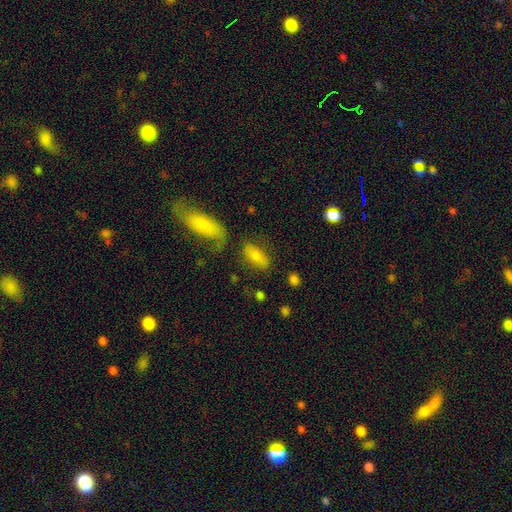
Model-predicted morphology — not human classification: Smooth or featured? Predicted: smooth (p=0.68). How rounded? Predicted: in between (p=0.77). Merging? Predicted: none (p=0.65).